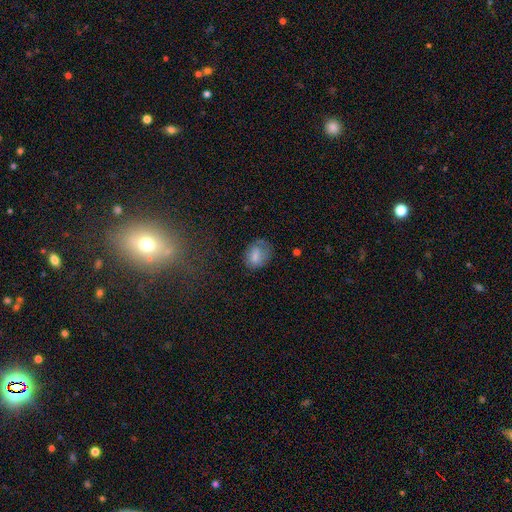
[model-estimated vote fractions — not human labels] The model was most divided on "how rounded": in between: 63%, round: 36%, cigar-shaped: 1%. More confident: smooth or featured — smooth (71%); merging — none (63%).